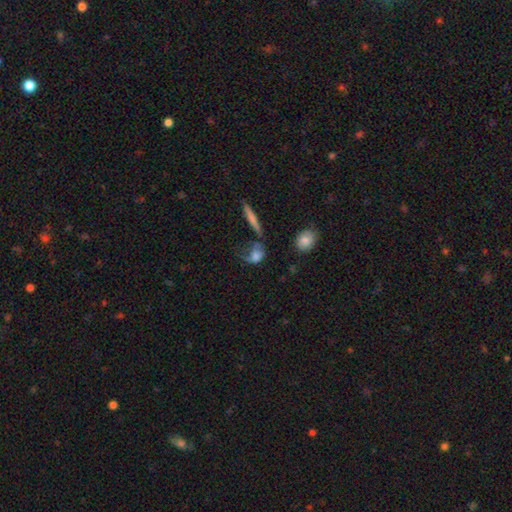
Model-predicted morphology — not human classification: Smooth or featured: smooth — 61% (featured or disk — 28%)
How rounded: in between — 60% (round — 30%)
Merging: major disturbance — 41% (none — 25%)